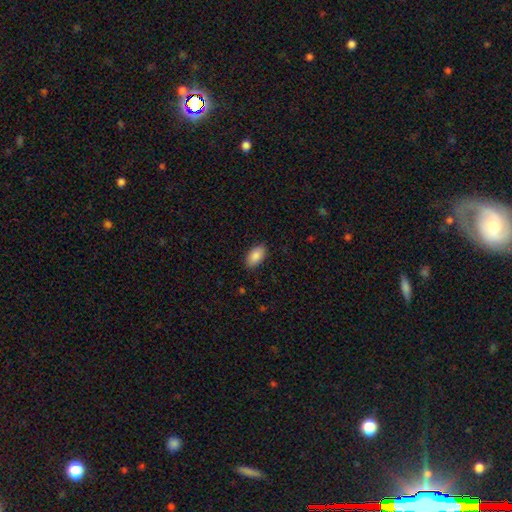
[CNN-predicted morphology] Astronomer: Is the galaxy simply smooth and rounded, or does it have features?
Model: smooth — 88%.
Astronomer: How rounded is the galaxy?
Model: in between — 95%.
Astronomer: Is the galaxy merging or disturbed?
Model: none — 89%.